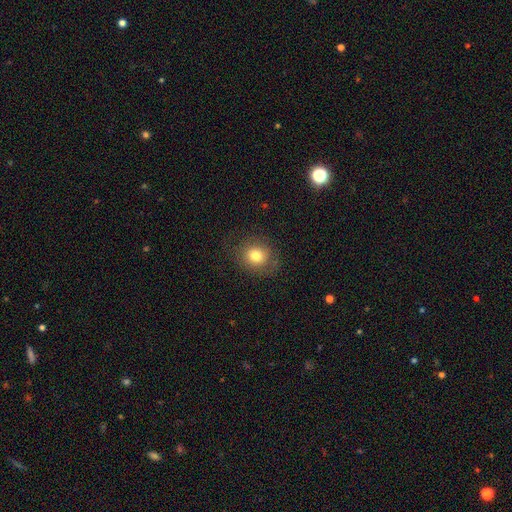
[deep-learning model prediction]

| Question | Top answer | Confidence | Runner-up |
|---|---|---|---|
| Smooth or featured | smooth | 76% | featured or disk (13%) |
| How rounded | round | 75% | in between (24%) |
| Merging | none | 79% | minor disturbance (14%) |